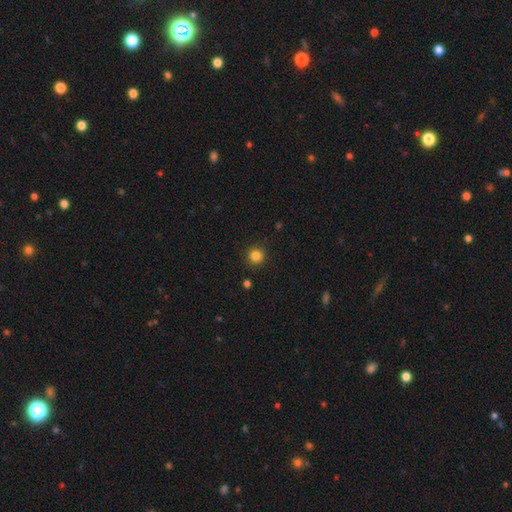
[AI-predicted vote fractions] smooth 84%, star or artifact 12%, featured or disk 4%. Down the decision tree: how rounded — round (93%); merging — none (91%).